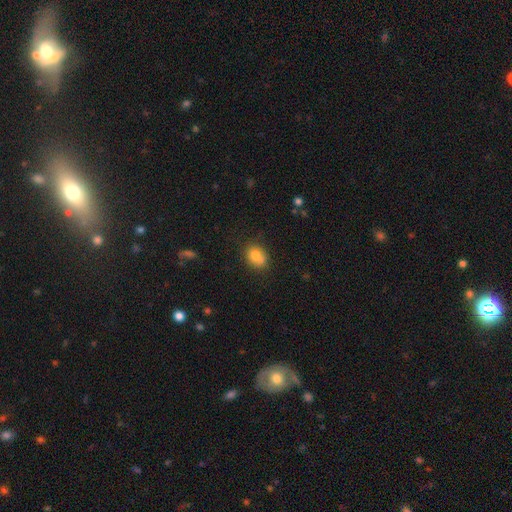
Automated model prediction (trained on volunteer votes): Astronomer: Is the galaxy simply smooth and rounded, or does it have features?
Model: smooth — 79%.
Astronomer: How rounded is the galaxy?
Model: in between — 52% (runner-up: round, 47%).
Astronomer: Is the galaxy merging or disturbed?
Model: none — 58%.